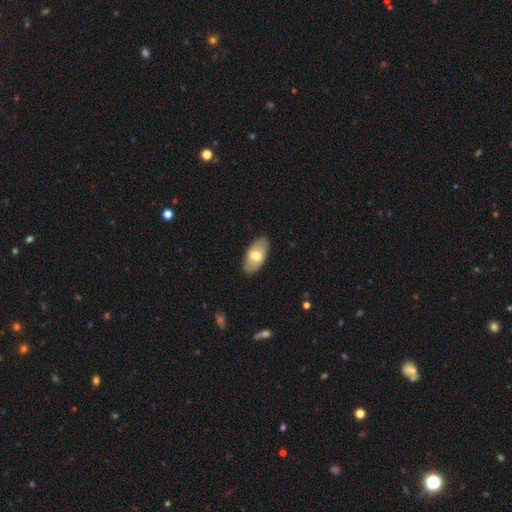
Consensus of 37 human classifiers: This appears to be a smooth galaxy with no disk features (57%) that is in between round and cigar-shaped (90%). Merging: none (78%).